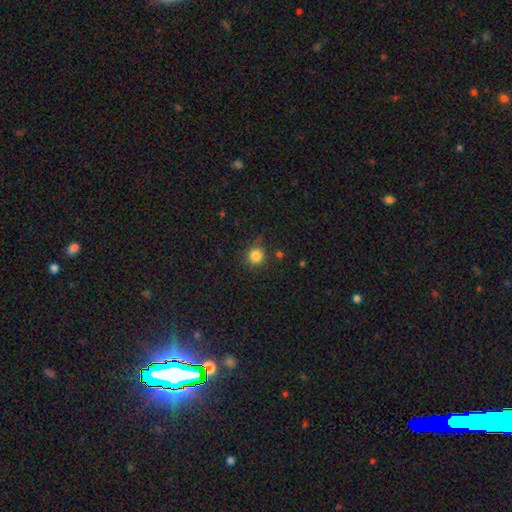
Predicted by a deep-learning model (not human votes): smooth 84%, star or artifact 12%, featured or disk 4%. Down the decision tree: how rounded — round (91%); merging — none (82%).